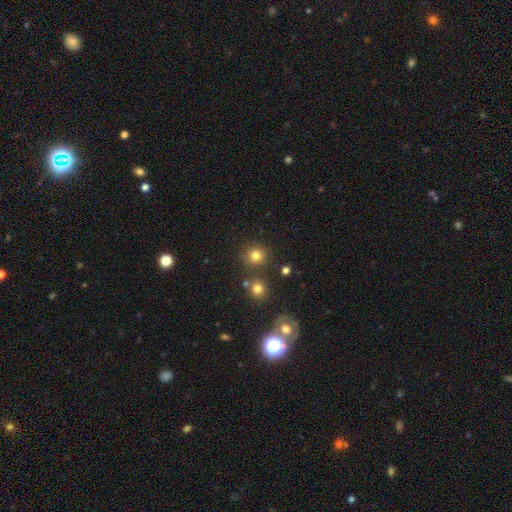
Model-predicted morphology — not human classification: type=smooth (79%); roundness=round (91%); merging=none (80%).